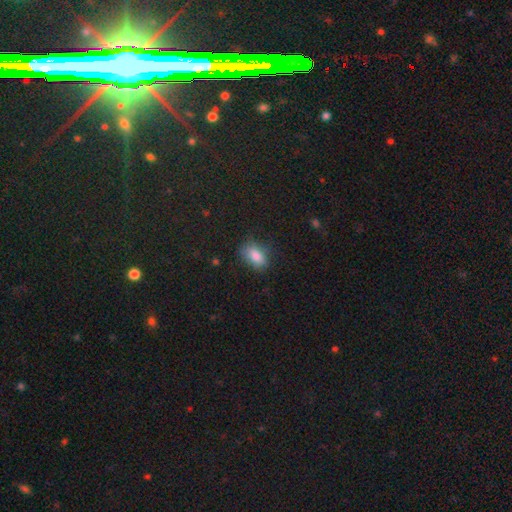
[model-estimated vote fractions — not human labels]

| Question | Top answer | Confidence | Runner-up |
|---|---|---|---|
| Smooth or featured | smooth | 83% | star or artifact (9%) |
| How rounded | in between | 87% | round (10%) |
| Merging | none | 71% | minor disturbance (21%) |